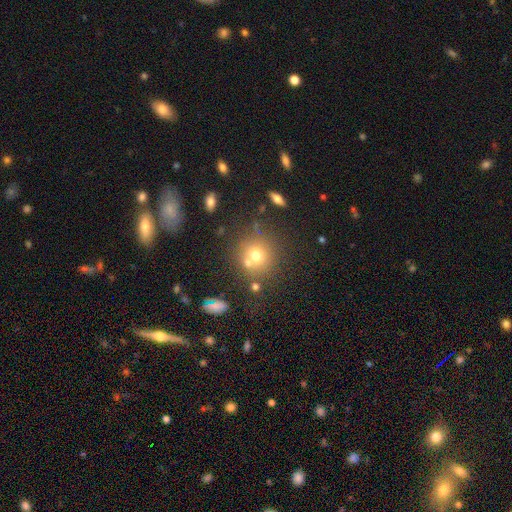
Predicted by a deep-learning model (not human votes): Smooth or featured: smooth — 69% (star or artifact — 16%)
How rounded: round — 88% (in between — 11%)
Merging: none — 63% (merger — 22%)